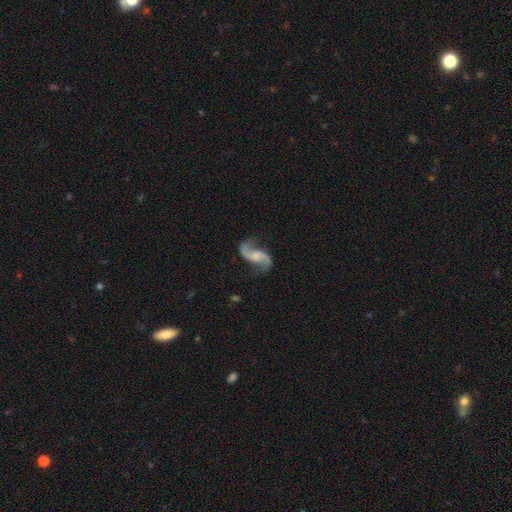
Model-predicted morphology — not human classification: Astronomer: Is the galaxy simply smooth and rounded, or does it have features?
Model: featured or disk — 91%.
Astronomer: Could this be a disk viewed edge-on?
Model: no — 98%.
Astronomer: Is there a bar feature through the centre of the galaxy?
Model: no — 51% (runner-up: weak, 38%).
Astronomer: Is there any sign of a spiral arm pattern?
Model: yes — 98%.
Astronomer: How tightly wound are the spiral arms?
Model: loose — 76%.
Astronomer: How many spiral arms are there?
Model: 2 — 94%.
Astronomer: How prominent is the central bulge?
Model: none — 40% (runner-up: small, 29%).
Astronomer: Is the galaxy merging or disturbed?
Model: none — 78%.